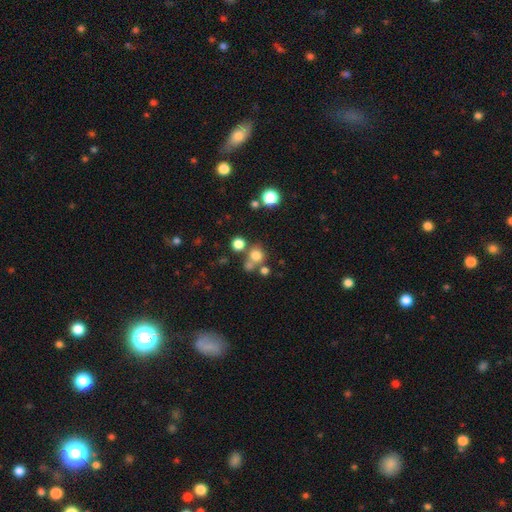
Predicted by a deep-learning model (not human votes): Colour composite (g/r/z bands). It shows a smooth galaxy with no disk features (73%) that is round (88%). Merging: none (60%).